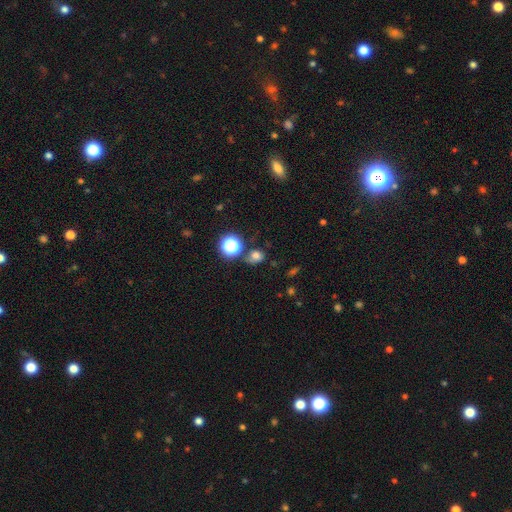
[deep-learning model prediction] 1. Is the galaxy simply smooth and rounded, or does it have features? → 66% smooth, 23% star or artifact, 11% featured or disk.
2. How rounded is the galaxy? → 67% round, 32% in between, 1% cigar-shaped.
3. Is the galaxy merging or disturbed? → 64% none, 17% minor disturbance, 12% merger, 7% major disturbance.